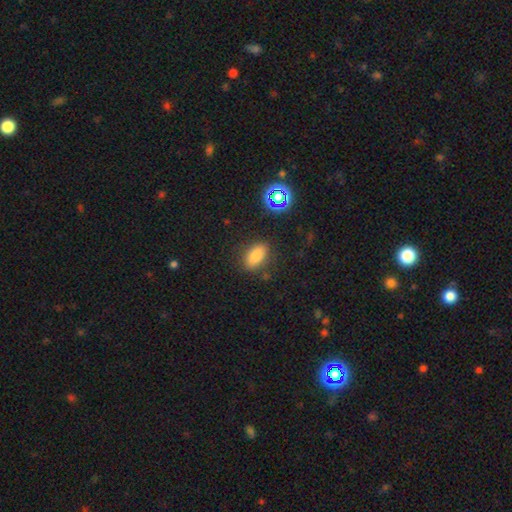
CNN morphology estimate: smooth_or_featured: smooth (p=0.79) [alt: star or artifact p=0.13]
how_rounded: in between (p=0.87) [alt: round p=0.08]
merging: none (p=0.82) [alt: minor disturbance p=0.11]